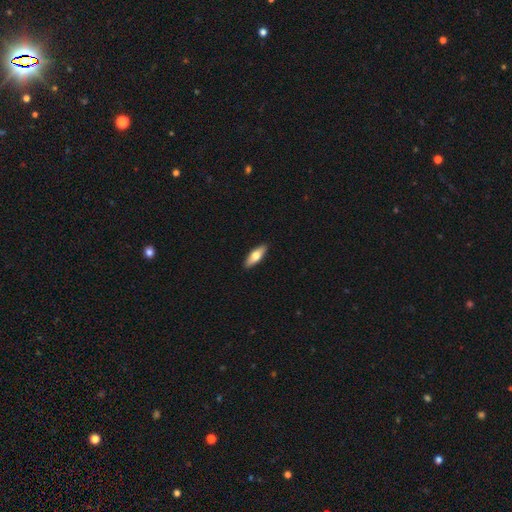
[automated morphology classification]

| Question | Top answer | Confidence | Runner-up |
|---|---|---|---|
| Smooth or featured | smooth | 64% | featured or disk (30%) |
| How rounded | in between | 59% | cigar-shaped (38%) |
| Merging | none | 91% | minor disturbance (7%) |